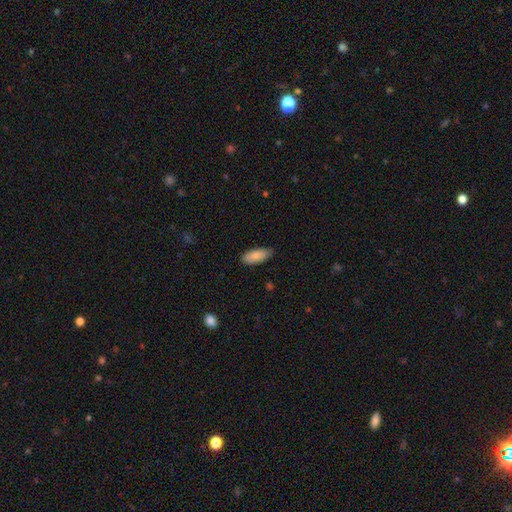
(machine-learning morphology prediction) Smooth or featured: smooth — 82% (featured or disk — 12%)
How rounded: in between — 84% (cigar-shaped — 14%)
Merging: none — 82% (minor disturbance — 15%)